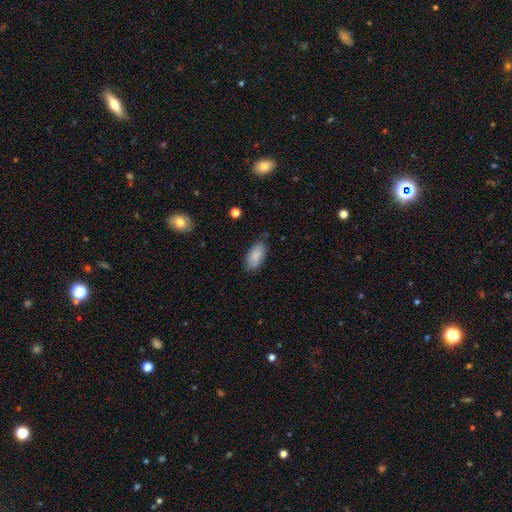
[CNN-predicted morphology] Overall: smooth (87%). How rounded: in between (92%). Merging: none (78%).